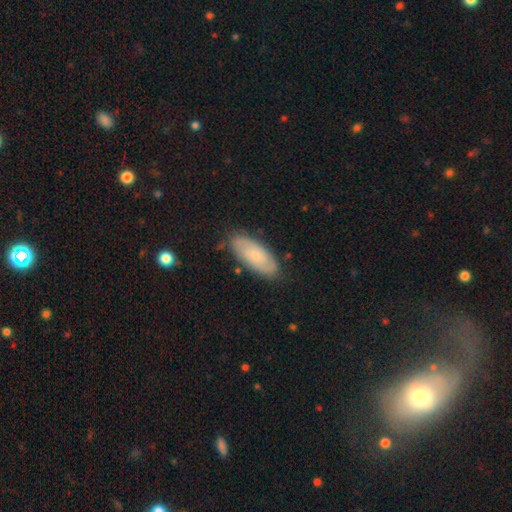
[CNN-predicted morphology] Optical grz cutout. It shows a featured or disk galaxy (50%). Merging: none (80%).